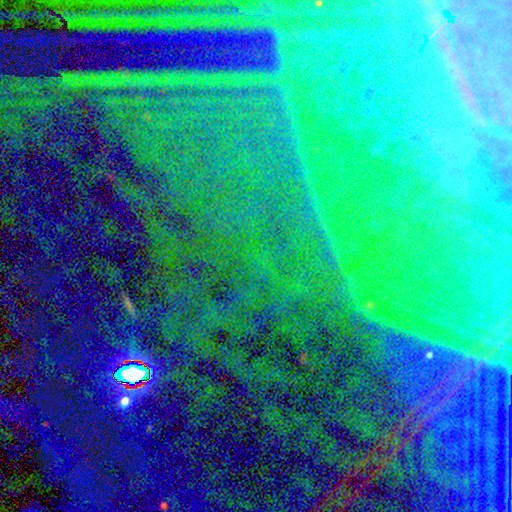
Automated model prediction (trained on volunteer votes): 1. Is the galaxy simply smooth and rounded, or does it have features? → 82% star or artifact, 9% featured or disk, 9% smooth.